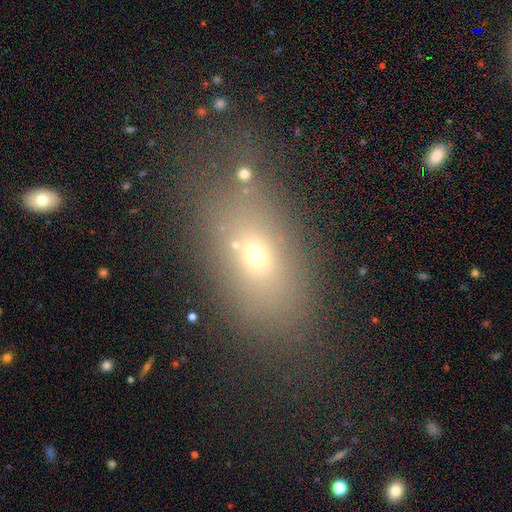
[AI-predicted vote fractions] The model was most divided on "smooth or featured": smooth: 60%, star or artifact: 21%, featured or disk: 19%. More confident: how rounded — in between (76%); merging — none (68%).